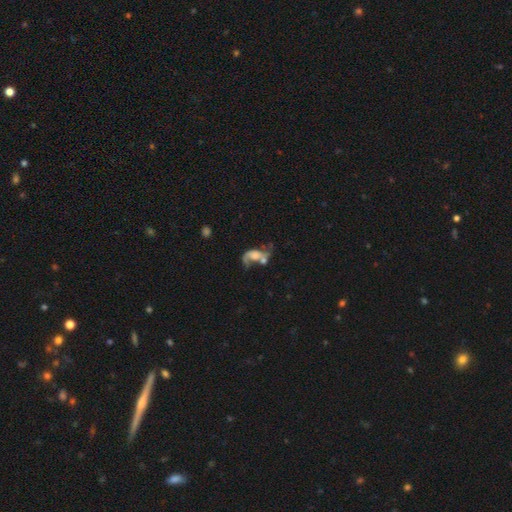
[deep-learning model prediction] A featured or disk galaxy (65%) with no bar (65%), spiral arms (79%) and a moderate central bulge (26%, tied with none).

Vote fractions:
- Smooth or featured? featured or disk: 65% / smooth: 25% / star or artifact: 10%
- Edge-on disk? no: 96% / yes: 4%
- Bar? no: 65% / weak: 28% / strong: 8%
- Spiral arms? yes: 79% / no: 21%
- Bulge size? moderate: 26% (tied) / none: 26% (tied) / large: 24% / small: 19% / dominant: 5%
- Merging? merger: 35% / major disturbance: 26% / none: 25% / minor disturbance: 14%